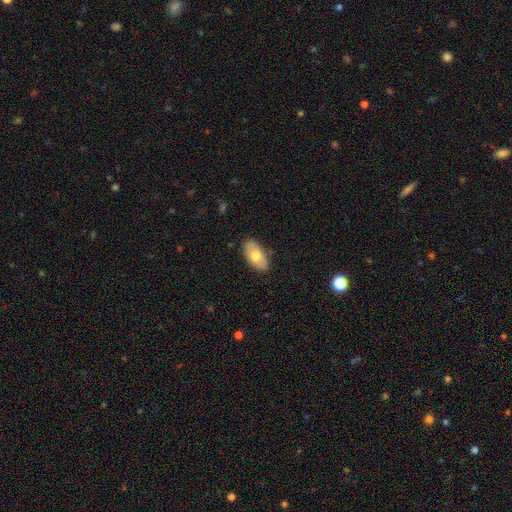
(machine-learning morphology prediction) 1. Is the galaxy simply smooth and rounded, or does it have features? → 66% smooth, 28% featured or disk, 6% star or artifact.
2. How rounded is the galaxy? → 94% in between, 3% round, 3% cigar-shaped.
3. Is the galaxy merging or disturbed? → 82% none, 14% minor disturbance, 3% major disturbance, 1% merger.